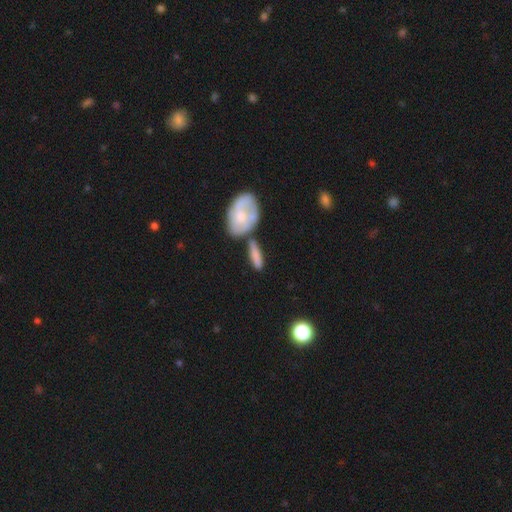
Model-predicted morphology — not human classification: smooth_or_featured: smooth (p=0.72) [alt: featured or disk p=0.22]
how_rounded: cigar-shaped (p=0.55) [alt: in between p=0.40]
merging: none (p=0.61) [alt: minor disturbance p=0.17]